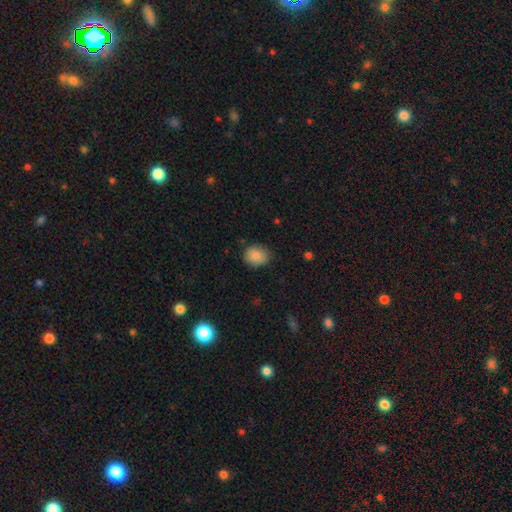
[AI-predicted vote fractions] smooth-or-featured: smooth: 87% | star or artifact: 8% | featured or disk: 5%
  how-rounded: round: 62% | in between: 37% | cigar-shaped: 1%
  merging: none: 81% | minor disturbance: 15% | major disturbance: 3% | merger: 1%